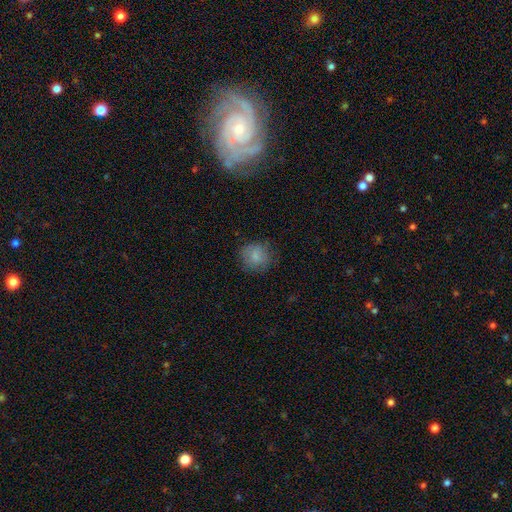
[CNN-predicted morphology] The model was most divided on "merging": none: 74%, minor disturbance: 18%, major disturbance: 7%, merger: 1%. More confident: how rounded — round (85%); smooth or featured — smooth (79%).